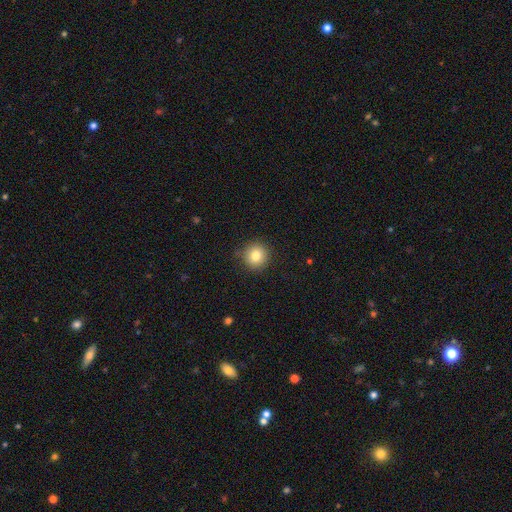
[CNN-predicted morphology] type=smooth (81%); roundness=round (92%); merging=none (88%).